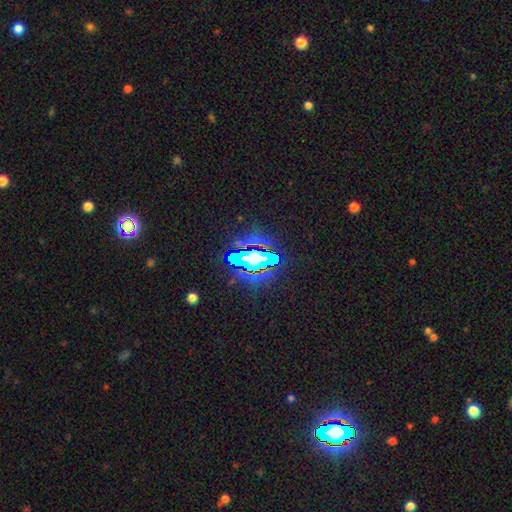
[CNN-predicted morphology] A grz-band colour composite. It shows a star or artifact, not a galaxy (70%).